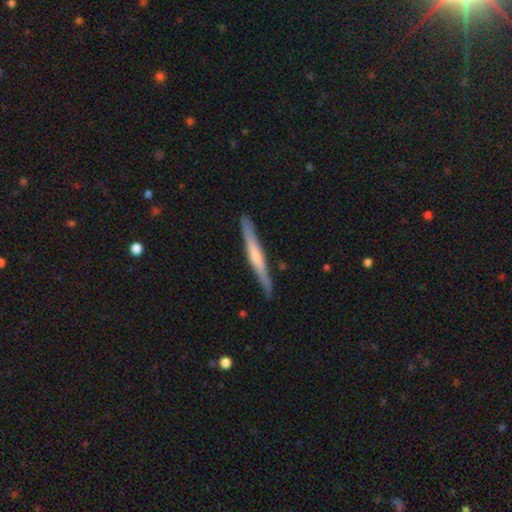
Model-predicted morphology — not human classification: Overall: featured or disk (56%; smooth 39%). Edge-on disk: yes (97%). Edge-on bulge: rounded (43%; none 42%). Merging: none (88%).